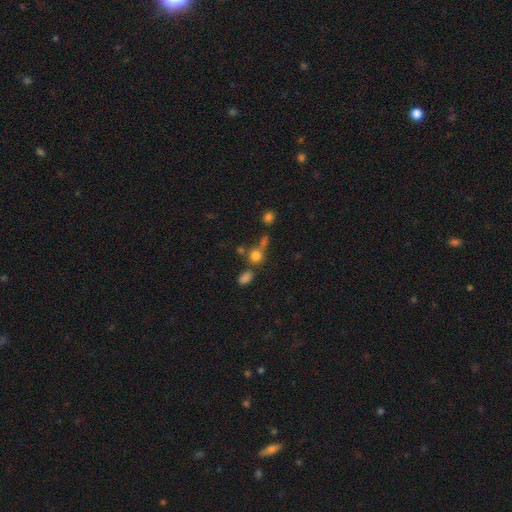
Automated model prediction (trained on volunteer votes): Smooth or featured? smooth (73%)
How rounded? round (80%)
Merging? none (55%)